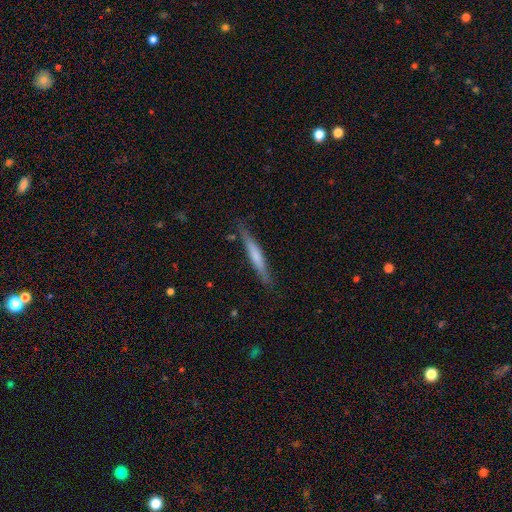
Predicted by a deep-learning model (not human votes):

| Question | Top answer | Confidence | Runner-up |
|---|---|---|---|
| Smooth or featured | smooth | 52% | featured or disk (42%) |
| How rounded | cigar-shaped | 95% | in between (4%) |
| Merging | none | 83% | minor disturbance (13%) |